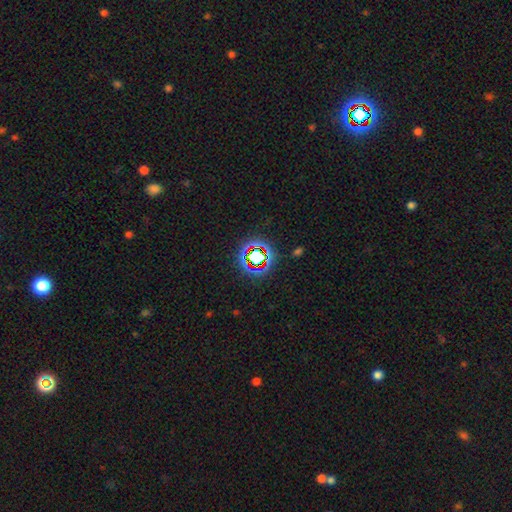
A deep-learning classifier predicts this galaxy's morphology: Smooth or featured? Predicted: star or artifact (p=0.70).